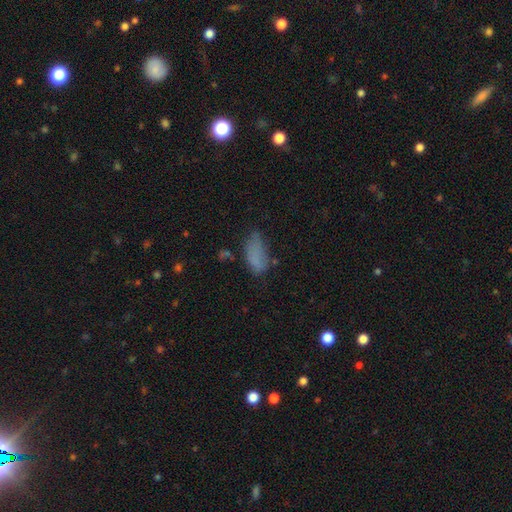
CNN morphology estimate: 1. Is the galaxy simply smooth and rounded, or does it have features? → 74% smooth, 13% featured or disk, 13% star or artifact.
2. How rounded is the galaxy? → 85% in between, 12% cigar-shaped, 3% round.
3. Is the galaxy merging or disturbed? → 47% none, 31% minor disturbance, 18% major disturbance, 5% merger.